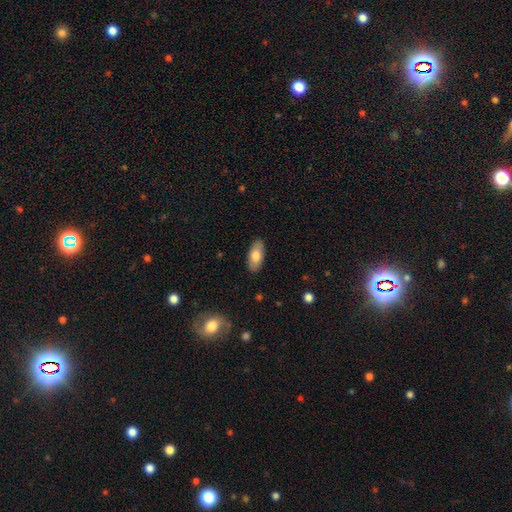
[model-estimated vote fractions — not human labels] This is likely a smooth galaxy (76%). How rounded: clearly in between (90%). Merging: clearly none (87%).